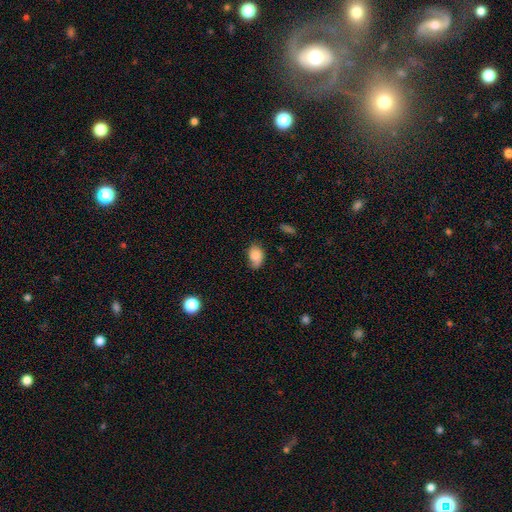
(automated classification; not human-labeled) A smooth galaxy with no disk features (82%) that is in between round and cigar-shaped (80%). Merging: none (57%).